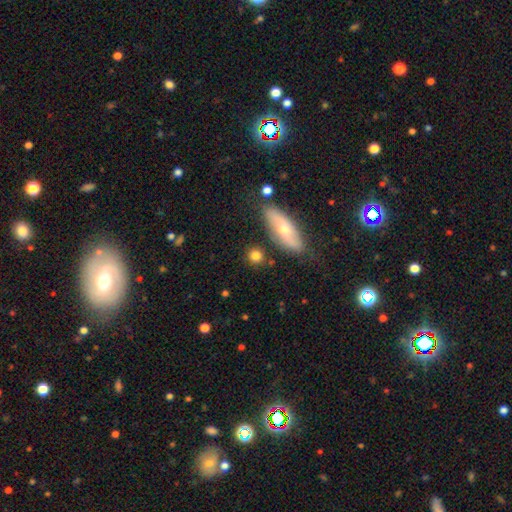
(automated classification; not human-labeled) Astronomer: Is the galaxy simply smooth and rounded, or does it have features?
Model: smooth — 79%.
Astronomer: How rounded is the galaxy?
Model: round — 74%.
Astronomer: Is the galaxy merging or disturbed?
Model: none — 80%.